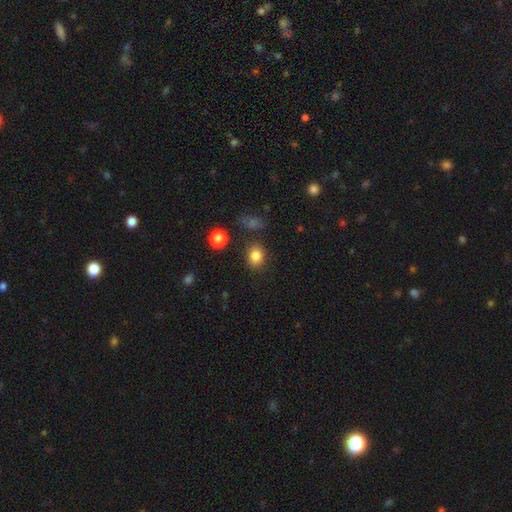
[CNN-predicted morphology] type=smooth (82%); roundness=round (58%); merging=none (84%).